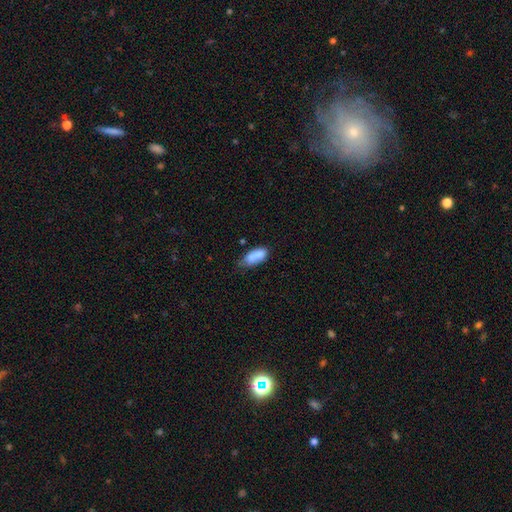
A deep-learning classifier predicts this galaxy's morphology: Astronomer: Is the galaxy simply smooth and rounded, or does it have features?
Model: smooth — 85%.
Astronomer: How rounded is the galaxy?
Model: in between — 85%.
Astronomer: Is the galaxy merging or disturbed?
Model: none — 48% (runner-up: minor disturbance, 39%).